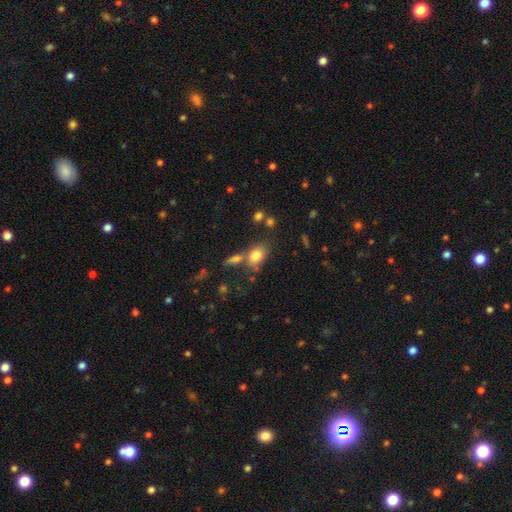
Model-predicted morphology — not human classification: A smooth galaxy with no disk features (78%) that is in between round and cigar-shaped (74%). Merging: none (56%).